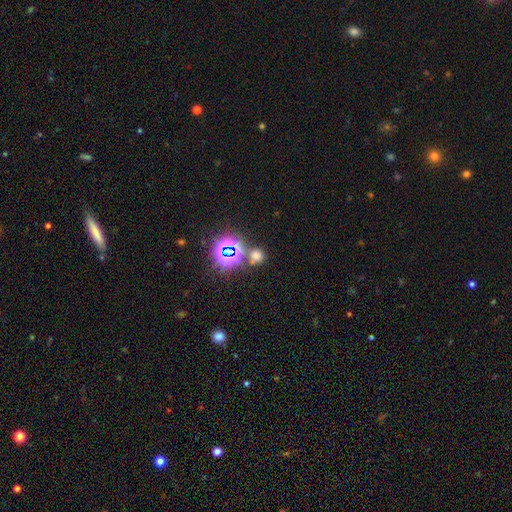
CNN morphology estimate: Smooth or featured? smooth (53%)
How rounded? round (80%)
Merging? none (68%)